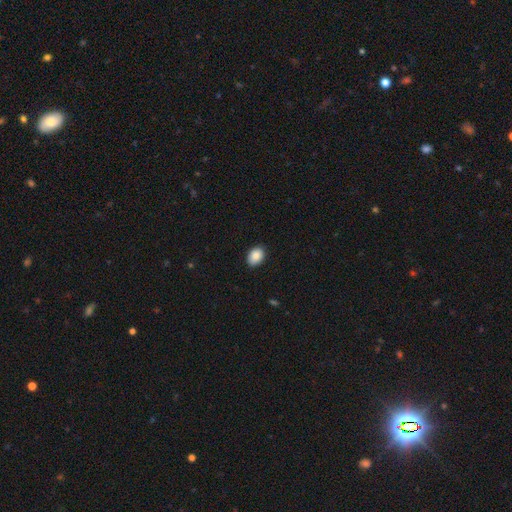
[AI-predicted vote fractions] A smooth galaxy with no disk features (88%) that is in between round and cigar-shaped (80%). Merging: none (87%).